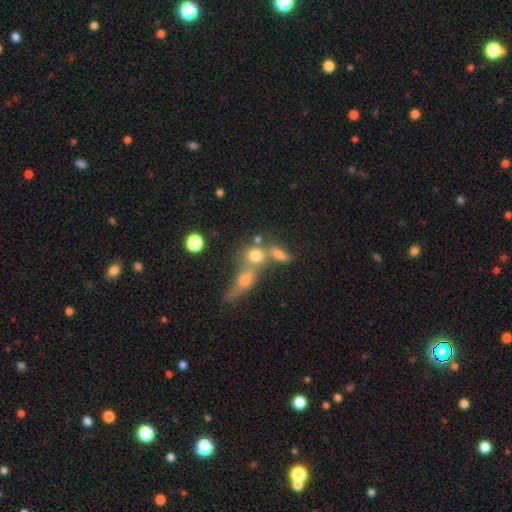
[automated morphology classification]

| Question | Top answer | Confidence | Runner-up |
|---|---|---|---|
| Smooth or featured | smooth | 68% | featured or disk (17%) |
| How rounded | round | 61% | in between (32%) |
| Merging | merger | 55% | none (30%) |